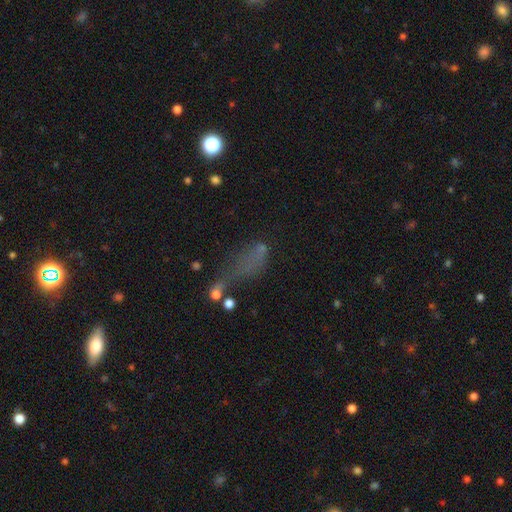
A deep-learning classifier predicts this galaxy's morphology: Overall: smooth (45%; star or artifact 29%). Merging: major disturbance (41%; none 27%).